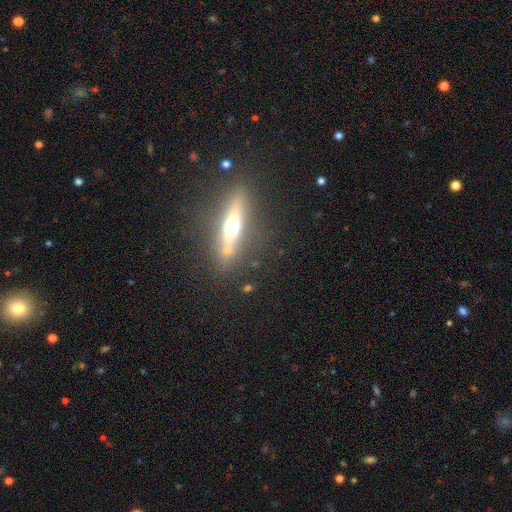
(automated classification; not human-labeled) featured or disk 68%, smooth 21%, star or artifact 11%. Down the decision tree: edge-on disk — yes (92%); edge-on bulge — rounded (92%); merging — none (85%).